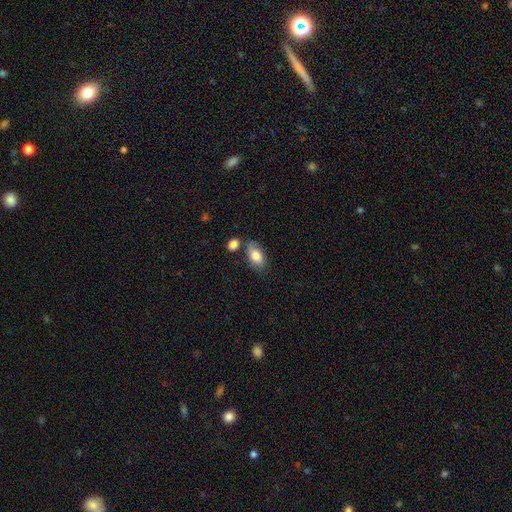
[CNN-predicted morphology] Smooth or featured?
  - smooth: 80% *
  - featured or disk: 13%
  - star or artifact: 7%
How rounded?
  - in between: 92% *
  - round: 6%
  - cigar-shaped: 3%
Merging?
  - none: 64% *
  - minor disturbance: 18%
  - merger: 13%
  - major disturbance: 5%